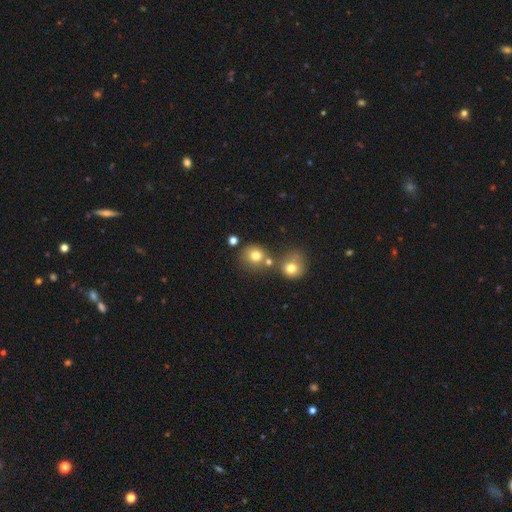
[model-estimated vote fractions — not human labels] The model was most divided on "merging": none: 58%, merger: 27%, minor disturbance: 10%, major disturbance: 4%. More confident: how rounded — round (86%); smooth or featured — smooth (75%).